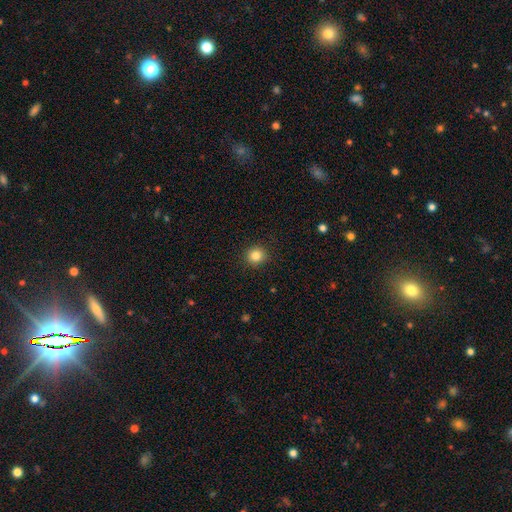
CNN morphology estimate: Overall: smooth (84%). How rounded: round (92%). Merging: none (92%).